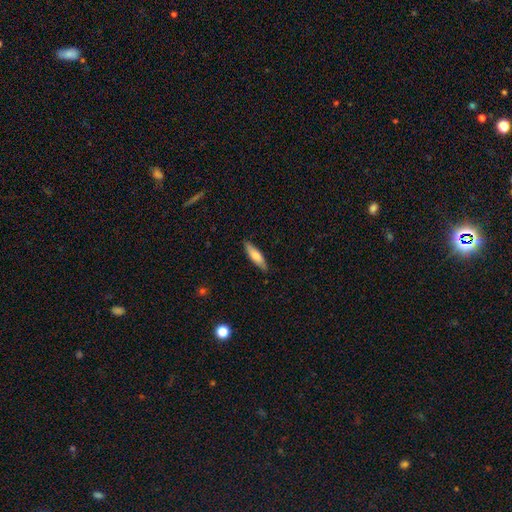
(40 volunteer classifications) Overall: smooth (57%; featured or disk 38%). How rounded: cigar-shaped (74%). Merging: none (82%).